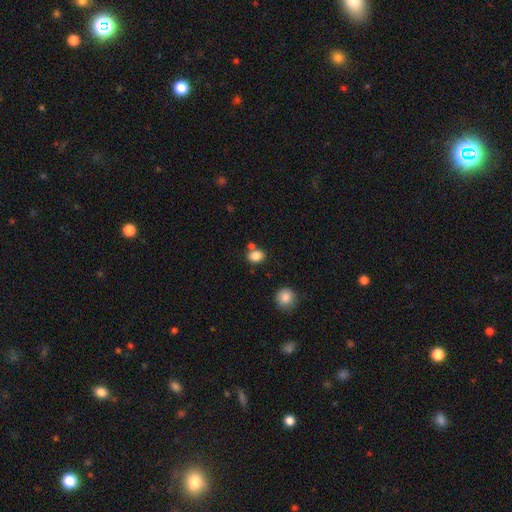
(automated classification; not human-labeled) A smooth galaxy with no disk features (84%) that is in between round and cigar-shaped (54%).

Vote fractions:
- Smooth or featured? smooth: 84% / star or artifact: 10% / featured or disk: 6%
- How rounded? in between: 54% / round: 45% / cigar-shaped: 1%
- Merging? none: 67% / merger: 18% / minor disturbance: 12% / major disturbance: 4%